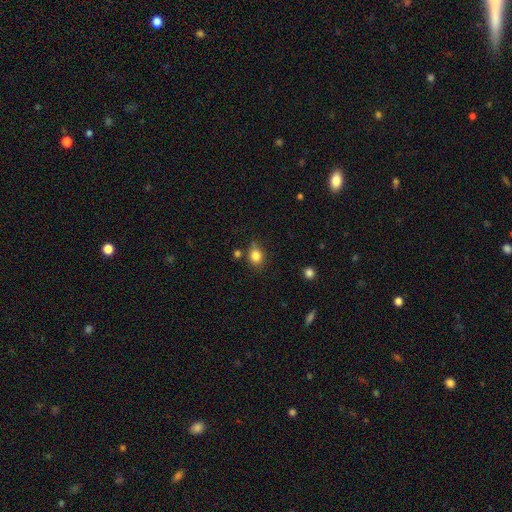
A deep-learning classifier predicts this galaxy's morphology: Smooth or featured? Predicted: smooth (p=0.83). How rounded? Predicted: round (p=0.55). Merging? Predicted: none (p=0.72).